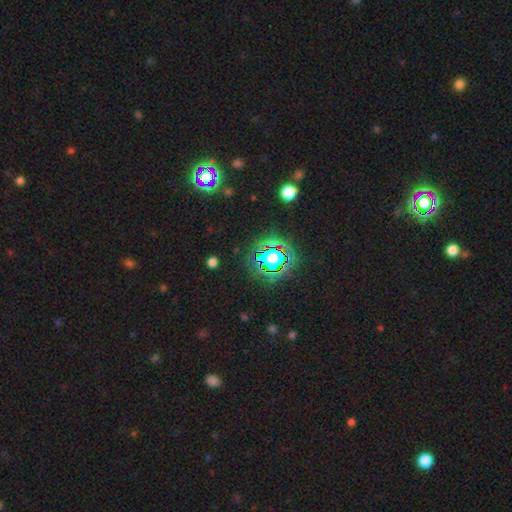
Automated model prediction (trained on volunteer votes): Q: Smooth or featured?
A: star or artifact (79%); runner-up: smooth (13%)